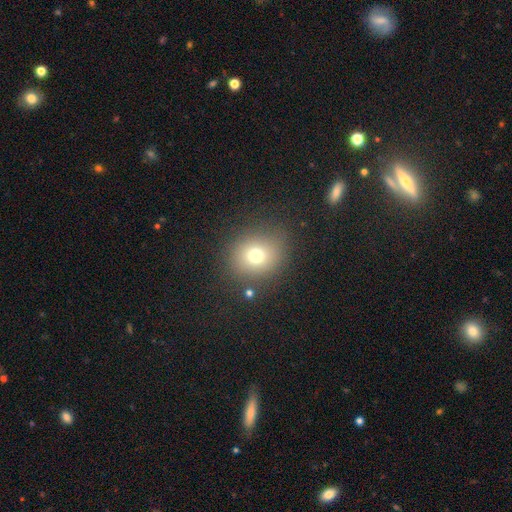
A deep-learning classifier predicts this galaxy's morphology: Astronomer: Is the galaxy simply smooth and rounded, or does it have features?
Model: smooth — 72%.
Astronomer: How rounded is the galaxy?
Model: round — 77%.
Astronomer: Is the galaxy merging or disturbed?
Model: none — 82%.